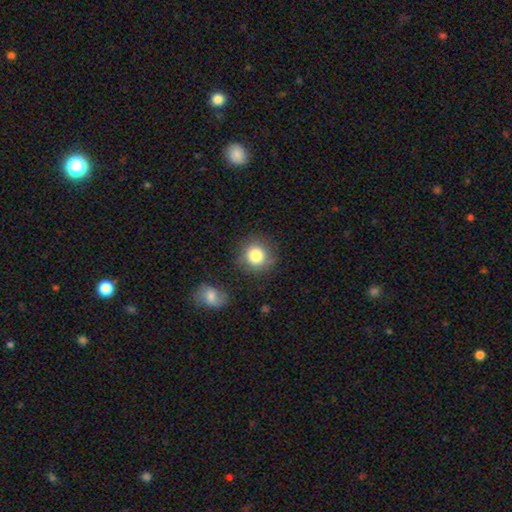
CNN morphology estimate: Smooth or featured?
  - smooth: 82% *
  - star or artifact: 10%
  - featured or disk: 8%
How rounded?
  - round: 91% *
  - in between: 8%
  - cigar-shaped: 1%
Merging?
  - none: 83% *
  - minor disturbance: 10%
  - major disturbance: 3%
  - merger: 3%